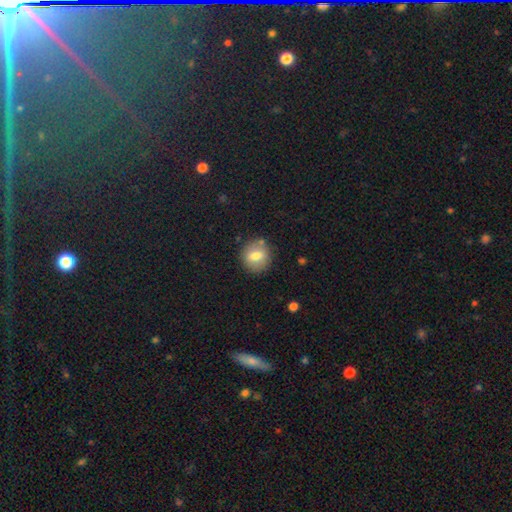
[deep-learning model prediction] The model was most divided on "smooth or featured": smooth: 73%, featured or disk: 18%, star or artifact: 9%. More confident: how rounded — round (85%); merging — none (83%).